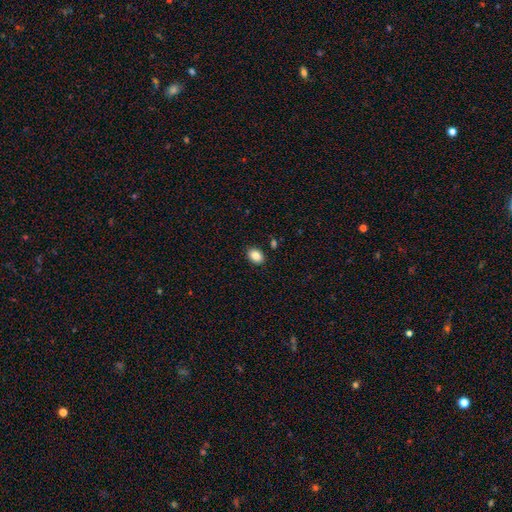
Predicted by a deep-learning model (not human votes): The model was most divided on "how rounded": in between: 74%, round: 25%, cigar-shaped: 1%. More confident: merging — none (88%); smooth or featured — smooth (87%).